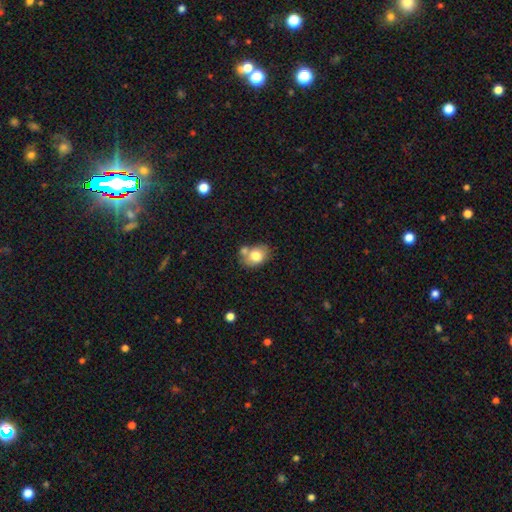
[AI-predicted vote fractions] This is likely a smooth galaxy (76%). How rounded: likely in between (63%). Merging: possibly none (49%).